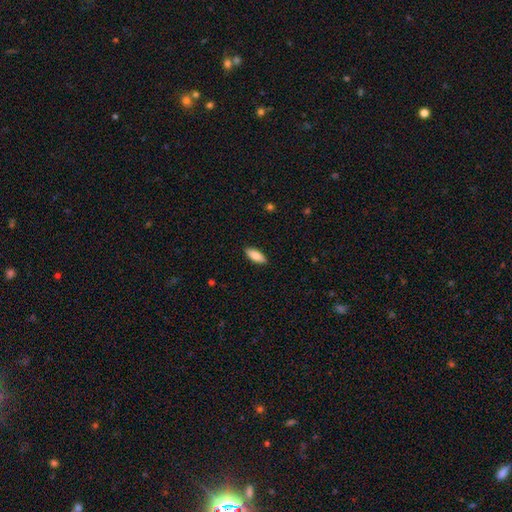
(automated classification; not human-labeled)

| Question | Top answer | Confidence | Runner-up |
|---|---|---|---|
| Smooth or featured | smooth | 80% | featured or disk (13%) |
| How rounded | in between | 80% | cigar-shaped (18%) |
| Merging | none | 90% | minor disturbance (8%) |